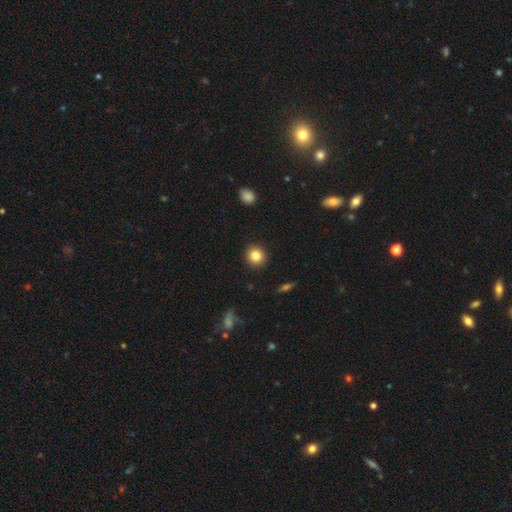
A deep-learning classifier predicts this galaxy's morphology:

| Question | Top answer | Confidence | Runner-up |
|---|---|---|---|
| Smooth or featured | smooth | 84% | star or artifact (10%) |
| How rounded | round | 89% | in between (10%) |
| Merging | none | 92% | minor disturbance (5%) |